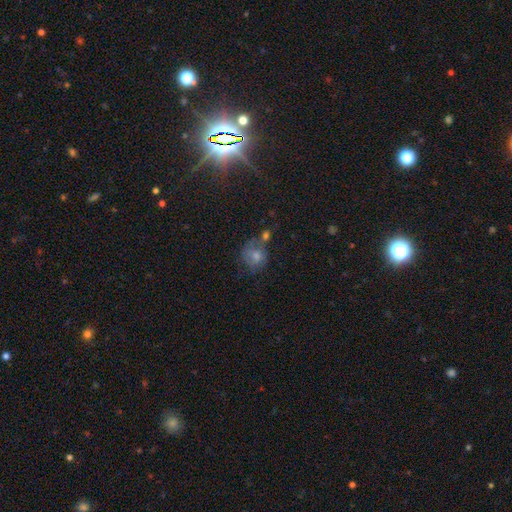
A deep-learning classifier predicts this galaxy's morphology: Smooth or featured?
  - smooth: 40% *
  - star or artifact: 32%
  - featured or disk: 28%
Merging?
  - none: 56% *
  - minor disturbance: 18%
  - merger: 15%
  - major disturbance: 11%